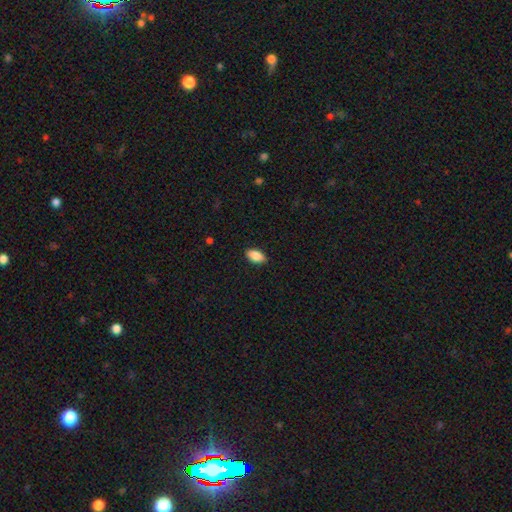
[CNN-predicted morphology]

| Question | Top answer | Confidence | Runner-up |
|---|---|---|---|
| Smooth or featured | smooth | 88% | star or artifact (7%) |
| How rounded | in between | 93% | round (4%) |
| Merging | none | 88% | minor disturbance (9%) |